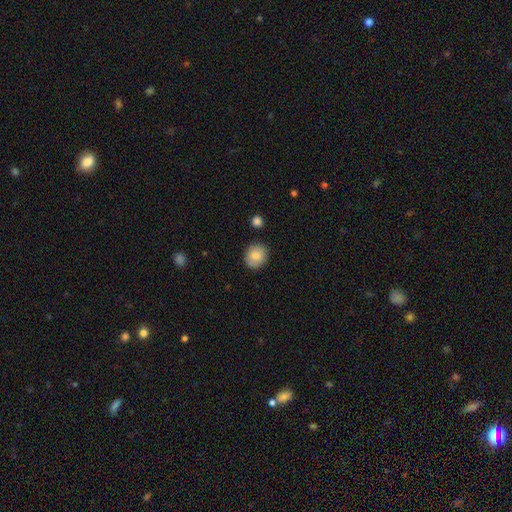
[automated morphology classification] This appears to be a smooth galaxy with no disk features (82%) that is round (71%). Merging: none (84%).